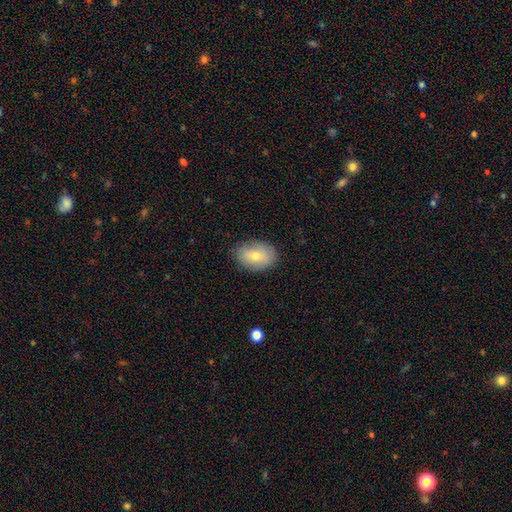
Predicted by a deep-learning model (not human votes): This is likely a smooth galaxy (69%). How rounded: clearly in between (83%). Merging: clearly none (82%).